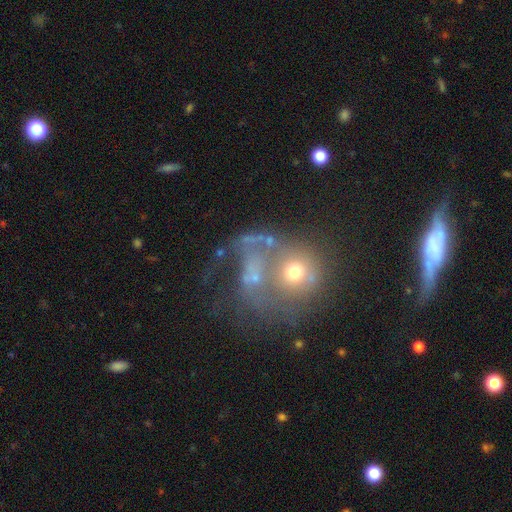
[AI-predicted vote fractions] Smooth or featured: featured or disk — 45% (smooth — 36%)
Merging: merger — 41% (major disturbance — 25%)